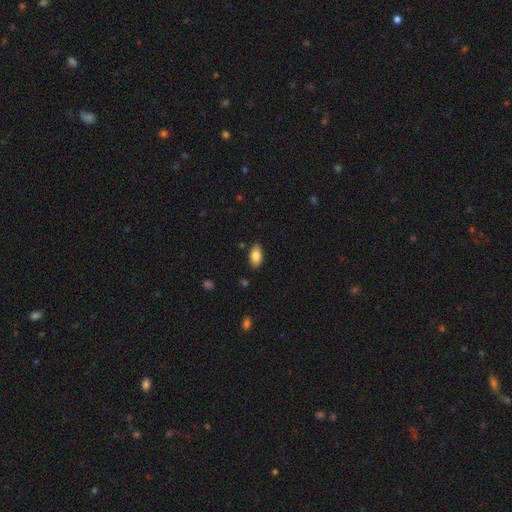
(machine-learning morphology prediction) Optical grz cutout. It shows a smooth galaxy with no disk features (84%) that is in between round and cigar-shaped (93%). Merging: none (86%).